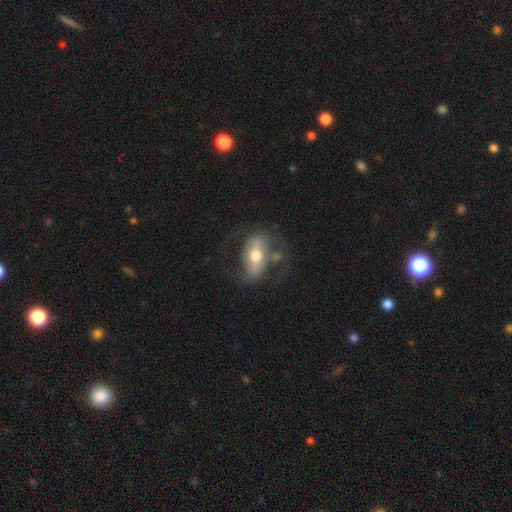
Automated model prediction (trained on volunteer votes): Q: Smooth or featured?
A: featured or disk (62%); runner-up: smooth (32%)
Q: Edge-on disk?
A: no (92%); runner-up: yes (8%)
Q: Bar?
A: strong (36%); runner-up: weak (33%)
Q: Spiral arms?
A: yes (65%); runner-up: no (35%)
Q: Bulge size?
A: moderate (72%); runner-up: small (14%)
Q: Merging?
A: none (52%); runner-up: major disturbance (22%)